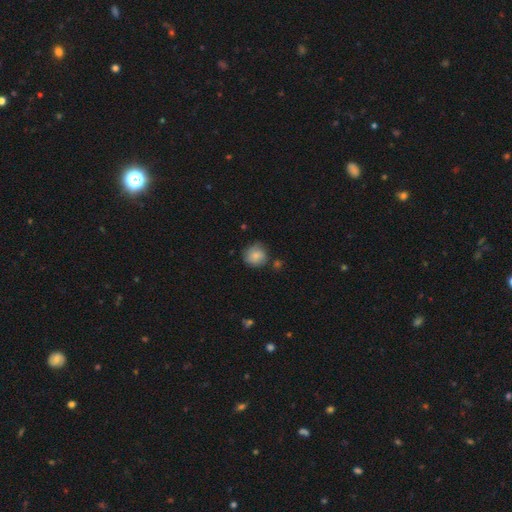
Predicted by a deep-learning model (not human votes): Smooth or featured? smooth (77%)
How rounded? round (85%)
Merging? none (67%)